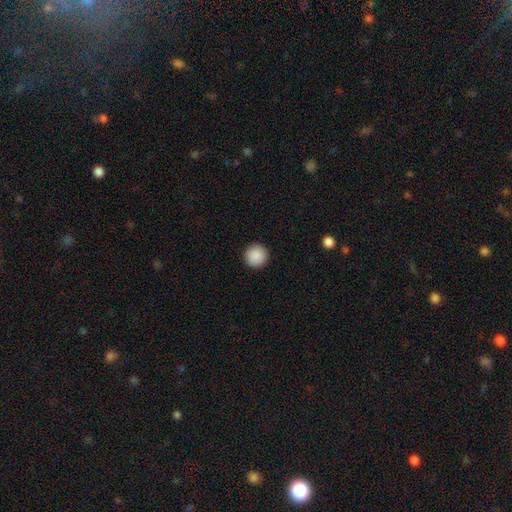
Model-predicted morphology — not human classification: Smooth or featured: smooth — 89% (star or artifact — 8%)
How rounded: round — 96% (in between — 3%)
Merging: none — 93% (minor disturbance — 4%)